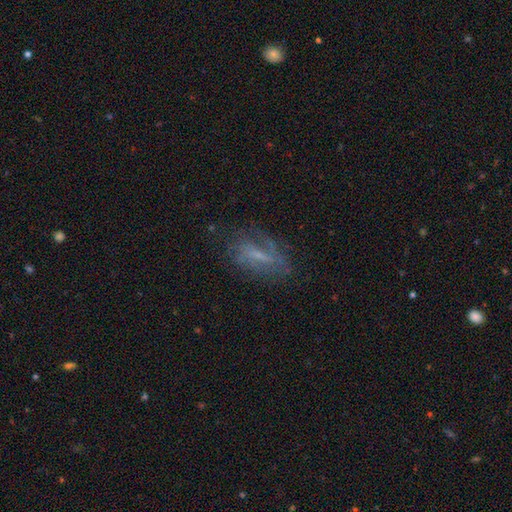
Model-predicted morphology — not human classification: smooth-or-featured: featured or disk: 53% | smooth: 31% | star or artifact: 16%
  disk-edge-on: no: 83% | yes: 17%
  merging: none: 64% | minor disturbance: 21% | major disturbance: 14% | merger: 2%